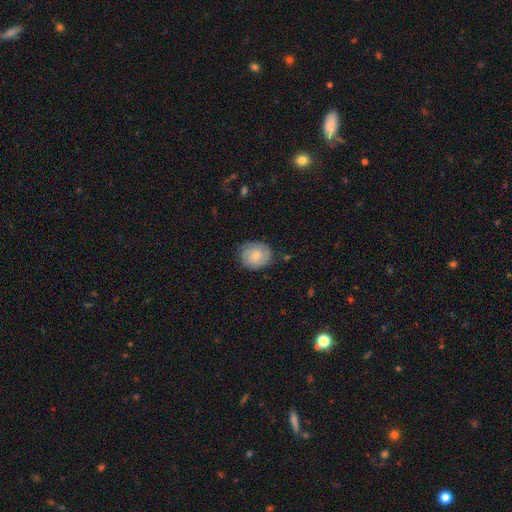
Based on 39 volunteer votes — smooth 59%, featured or disk 38%, star or artifact 3%. Down the decision tree: how rounded — round (78%); merging — none (74%).